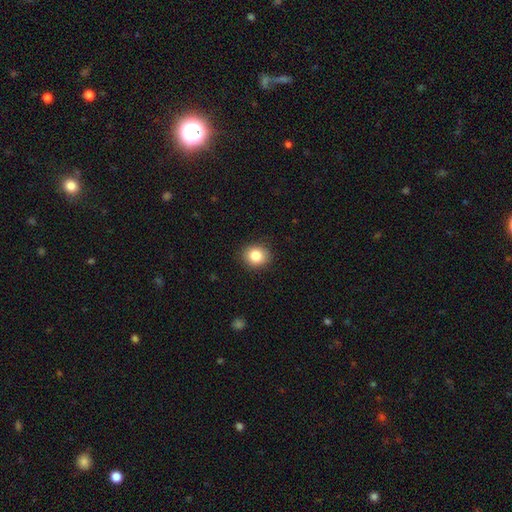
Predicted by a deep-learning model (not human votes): smooth_or_featured: smooth (p=0.84) [alt: star or artifact p=0.09]
how_rounded: round (p=0.74) [alt: in between p=0.25]
merging: none (p=0.89) [alt: minor disturbance p=0.07]